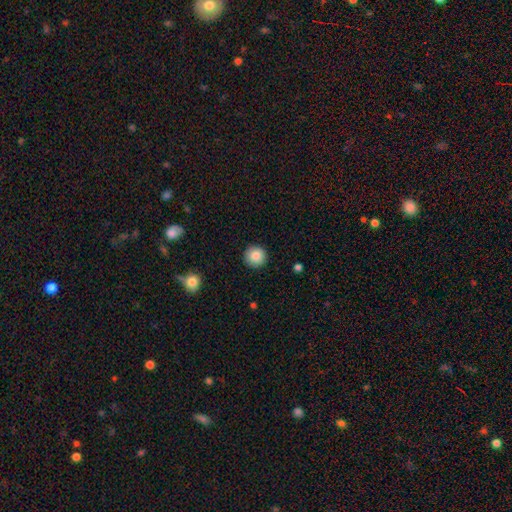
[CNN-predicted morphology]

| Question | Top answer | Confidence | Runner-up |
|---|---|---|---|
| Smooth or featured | smooth | 87% | star or artifact (8%) |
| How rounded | round | 95% | in between (4%) |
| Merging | none | 92% | minor disturbance (5%) |